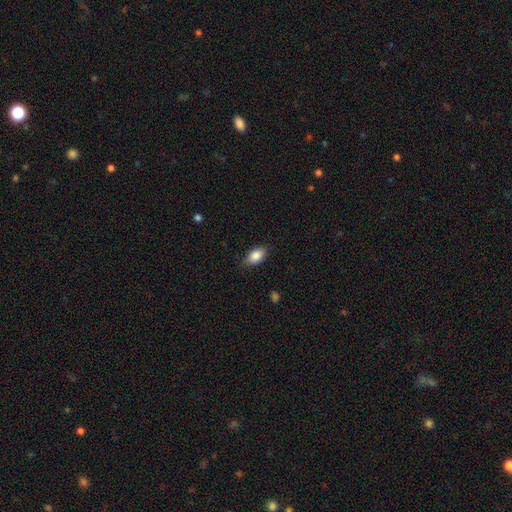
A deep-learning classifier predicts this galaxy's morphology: Smooth or featured? smooth (86%)
How rounded? in between (89%)
Merging? none (81%)